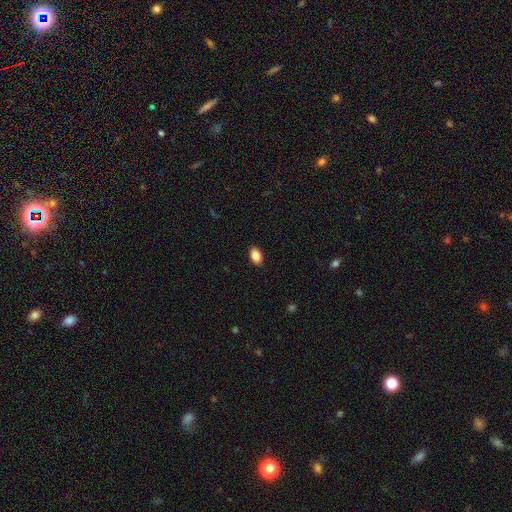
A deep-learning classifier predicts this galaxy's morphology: This is clearly a smooth galaxy (87%). How rounded: clearly in between (89%). Merging: clearly none (89%).